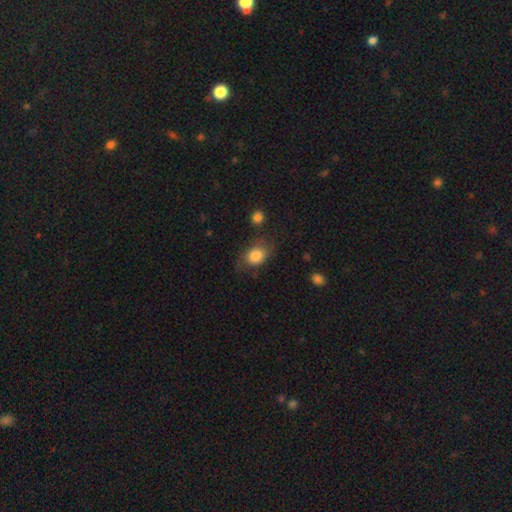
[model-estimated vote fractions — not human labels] Q: Smooth or featured?
A: smooth (81%); runner-up: featured or disk (11%)
Q: How rounded?
A: in between (68%); runner-up: round (31%)
Q: Merging?
A: none (62%); runner-up: minor disturbance (24%)